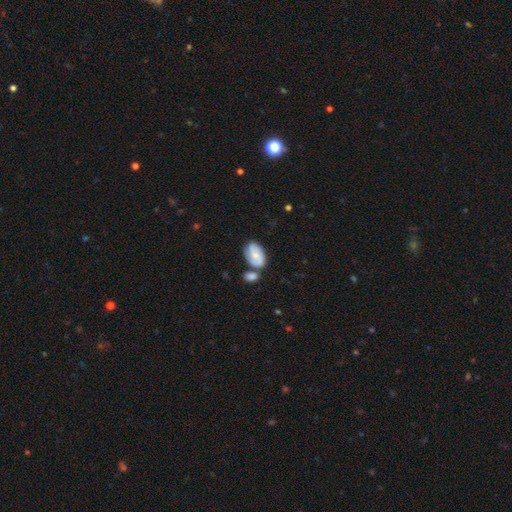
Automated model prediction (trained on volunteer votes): Smooth or featured? Predicted: featured or disk (p=0.47). Merging? Predicted: none (p=0.48).